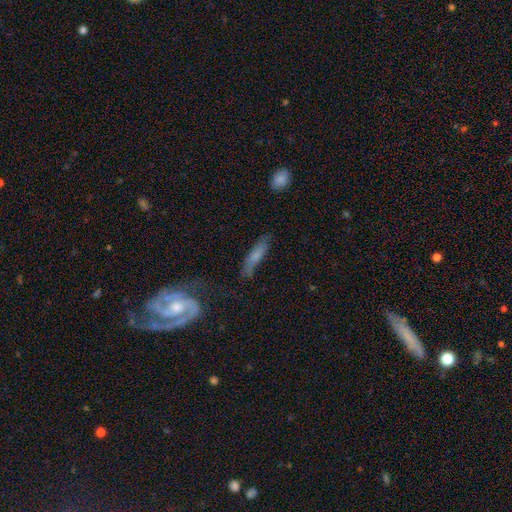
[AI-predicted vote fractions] A smooth galaxy with no disk features (60%) that is cigar-shaped (78%). Merging: none (65%).